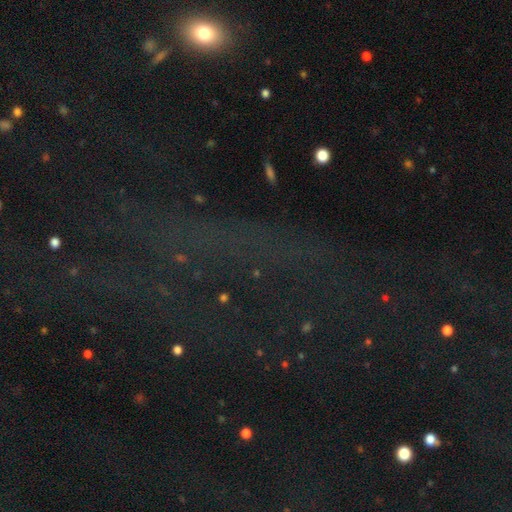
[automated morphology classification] A star or artifact, not a galaxy (65%).

Vote fractions:
- Smooth or featured? star or artifact: 65% / smooth: 21% / featured or disk: 14%